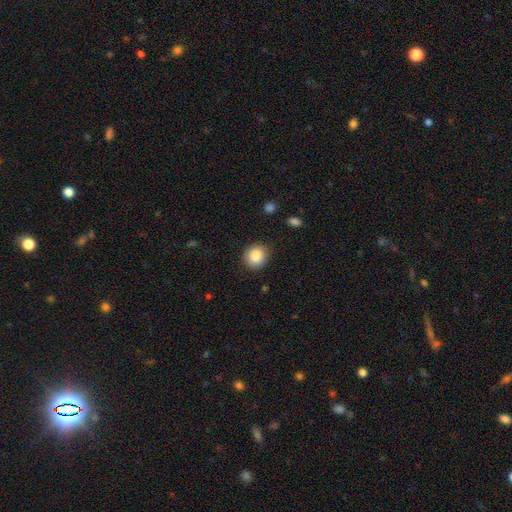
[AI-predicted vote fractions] This is clearly a smooth galaxy (87%). How rounded: clearly round (81%). Merging: clearly none (88%).